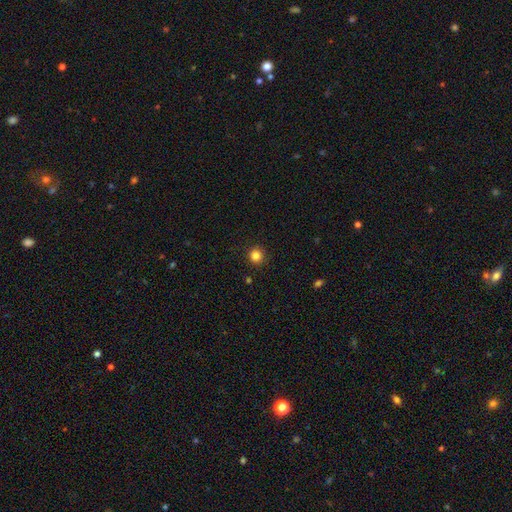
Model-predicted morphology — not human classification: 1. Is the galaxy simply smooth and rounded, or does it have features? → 84% smooth, 12% star or artifact, 4% featured or disk.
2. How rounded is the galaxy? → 95% round, 4% in between, 1% cigar-shaped.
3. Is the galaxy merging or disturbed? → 92% none, 5% minor disturbance, 2% major disturbance, 1% merger.